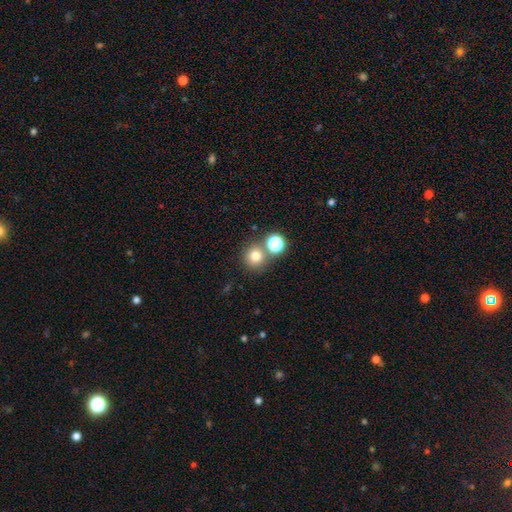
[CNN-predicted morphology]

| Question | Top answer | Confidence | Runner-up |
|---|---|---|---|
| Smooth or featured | smooth | 75% | star or artifact (17%) |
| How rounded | round | 92% | in between (7%) |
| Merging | none | 72% | merger (17%) |